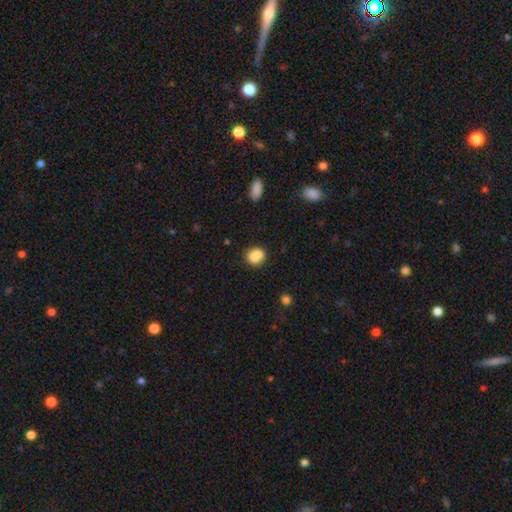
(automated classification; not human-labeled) Smooth or featured?
  - smooth: 80% *
  - featured or disk: 11%
  - star or artifact: 9%
How rounded?
  - round: 63% *
  - in between: 36%
  - cigar-shaped: 1%
Merging?
  - none: 53% *
  - merger: 29%
  - minor disturbance: 14%
  - major disturbance: 4%